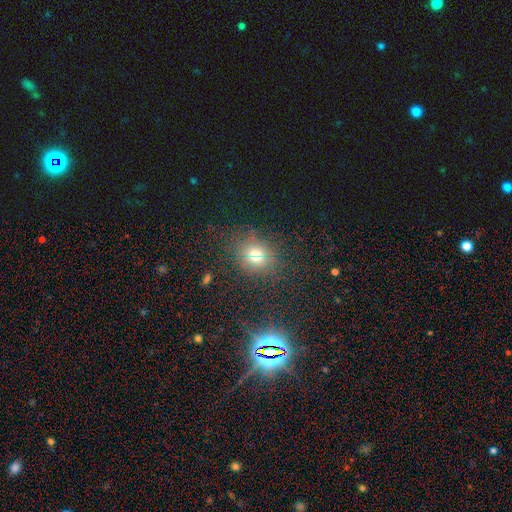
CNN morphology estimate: Q: Smooth or featured?
A: smooth (60%); runner-up: star or artifact (29%)
Q: How rounded?
A: round (72%); runner-up: in between (26%)
Q: Merging?
A: none (80%); runner-up: minor disturbance (10%)